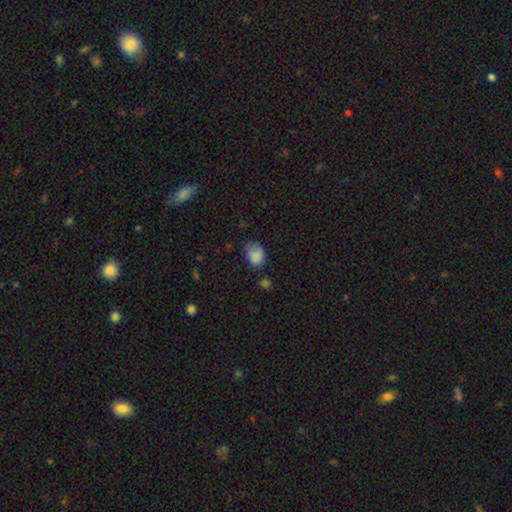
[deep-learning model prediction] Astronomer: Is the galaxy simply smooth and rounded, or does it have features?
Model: smooth — 83%.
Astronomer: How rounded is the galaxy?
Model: in between — 62% (runner-up: round, 38%).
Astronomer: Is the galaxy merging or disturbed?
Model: none — 52% (runner-up: minor disturbance, 34%).